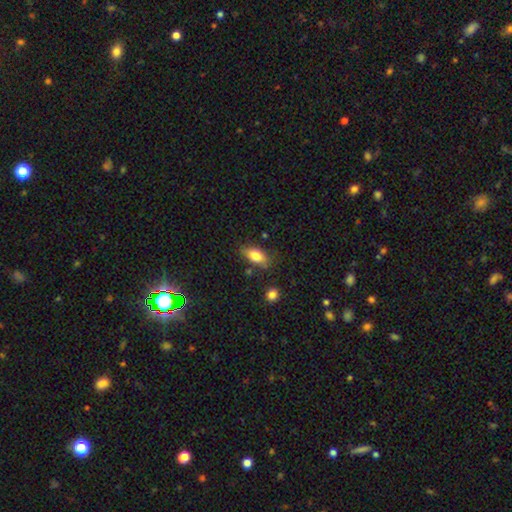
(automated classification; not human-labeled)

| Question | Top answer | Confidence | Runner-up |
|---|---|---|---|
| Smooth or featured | smooth | 78% | featured or disk (14%) |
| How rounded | in between | 85% | cigar-shaped (8%) |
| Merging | none | 74% | minor disturbance (18%) |